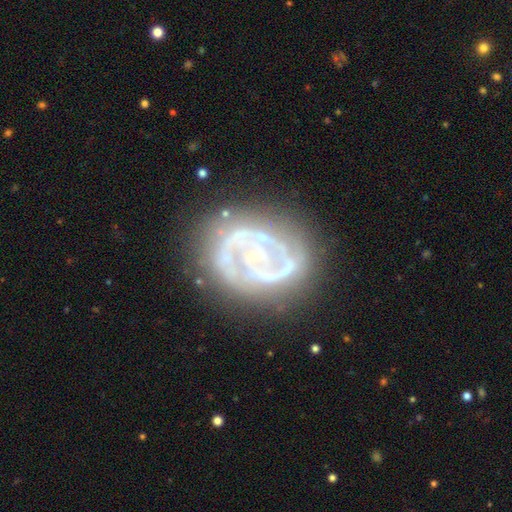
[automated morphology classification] Smooth or featured?
  - featured or disk: 81% *
  - smooth: 12%
  - star or artifact: 7%
Edge-on disk?
  - no: 97% *
  - yes: 3%
Bar?
  - no: 71% *
  - weak: 20%
  - strong: 9%
Spiral arms?
  - yes: 72% *
  - no: 28%
Spiral winding?
  - tight: 60% *
  - medium: 29%
  - loose: 11%
Spiral arm count?
  - 2: 39% *
  - can't tell: 32%
  - 3: 12%
  - 1: 8%
  - 4: 5%
  - more than 4: 4%
Bulge size?
  - small: 71% *
  - moderate: 16%
  - none: 8%
  - large: 2%
  - dominant: 2%
Merging?
  - none: 68% *
  - minor disturbance: 18%
  - major disturbance: 12%
  - merger: 2%